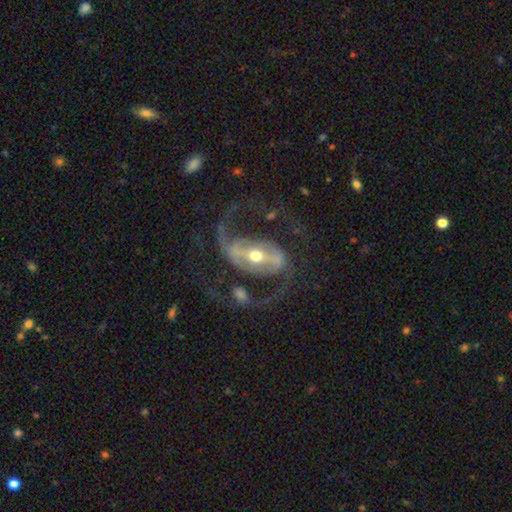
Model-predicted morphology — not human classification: A featured or disk galaxy (91%) with a strong bar (57%), 2 (92%) medium (51%) spiral arms (96%) and a moderate central bulge (66%). Merging: none (65%).